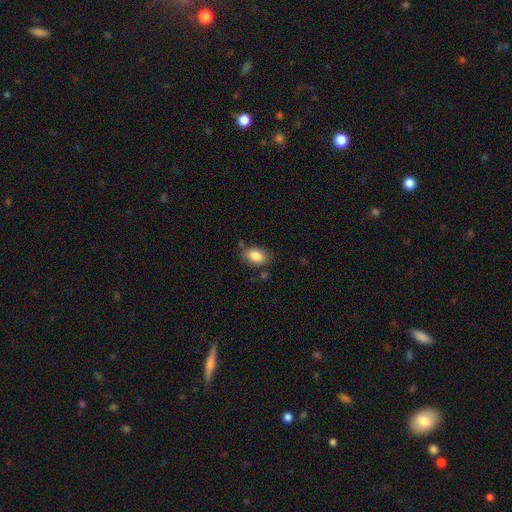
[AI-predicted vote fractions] Q: Smooth or featured?
A: smooth (86%); runner-up: star or artifact (8%)
Q: How rounded?
A: in between (82%); runner-up: round (16%)
Q: Merging?
A: none (75%); runner-up: minor disturbance (16%)